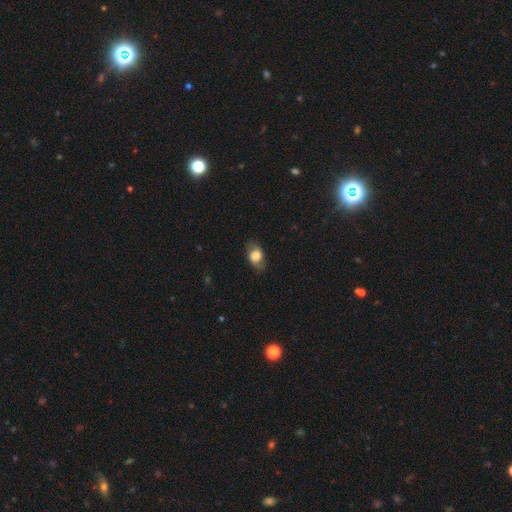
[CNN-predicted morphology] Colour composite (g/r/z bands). It shows a smooth galaxy with no disk features (70%) that is in between round and cigar-shaped (83%). Merging: none (78%).